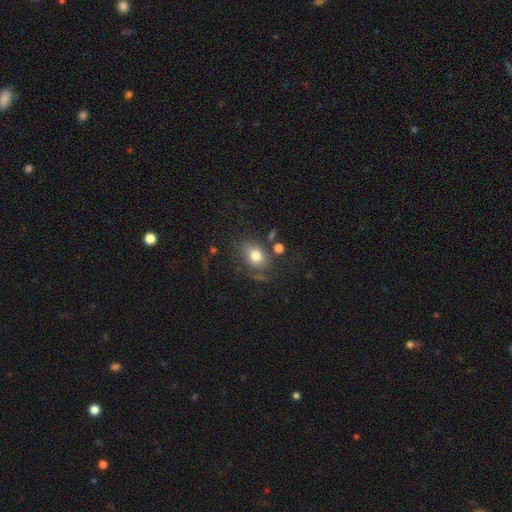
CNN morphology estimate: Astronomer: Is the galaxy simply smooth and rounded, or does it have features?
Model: smooth — 77%.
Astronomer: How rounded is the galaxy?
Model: in between — 64%.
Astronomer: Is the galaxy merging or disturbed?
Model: none — 67%.